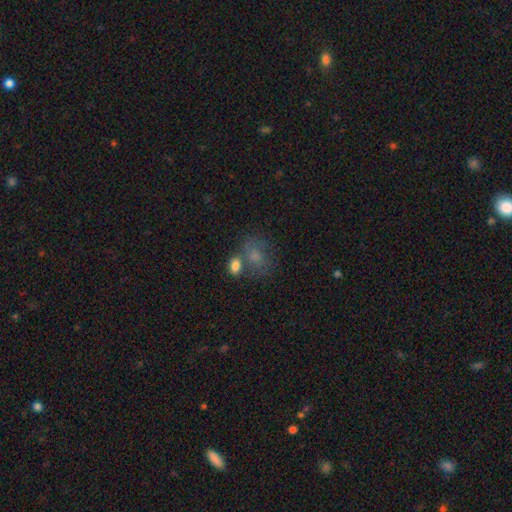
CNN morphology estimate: This is likely a smooth galaxy (63%). How rounded: possibly in between (54%). Merging: possibly none (45%).